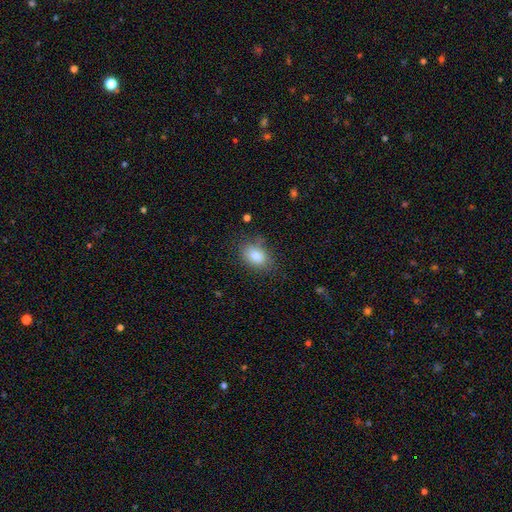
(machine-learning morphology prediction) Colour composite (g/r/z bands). It shows a smooth galaxy with no disk features (84%) that is in between round and cigar-shaped (84%). Merging: none (75%).